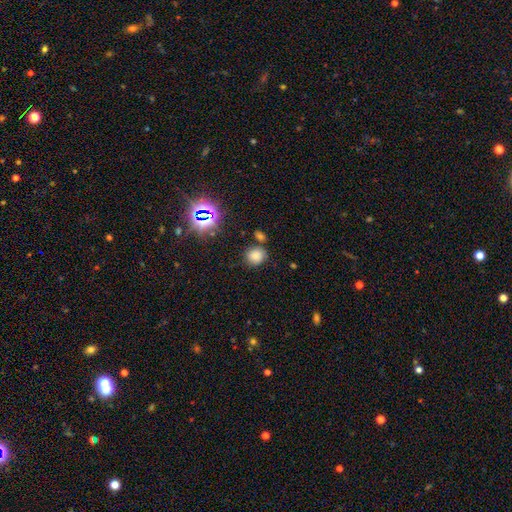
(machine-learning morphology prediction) This appears to be a smooth galaxy with no disk features (73%) that is round (81%). Merging: none (73%).